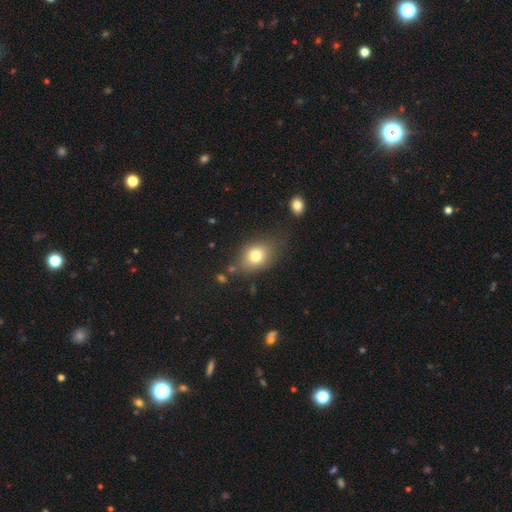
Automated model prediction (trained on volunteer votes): smooth 76%, featured or disk 12%, star or artifact 11%. Down the decision tree: how rounded — in between (60%); merging — none (68%).